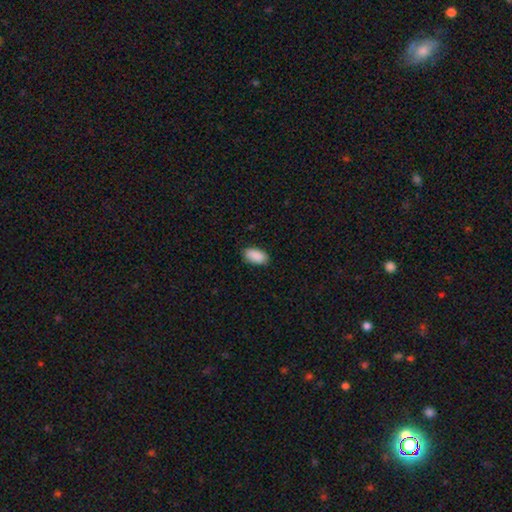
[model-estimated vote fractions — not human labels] smooth-or-featured: smooth: 90% | star or artifact: 7% | featured or disk: 3%
  how-rounded: in between: 95% | round: 3% | cigar-shaped: 2%
  merging: none: 86% | minor disturbance: 11% | major disturbance: 2% | merger: 1%